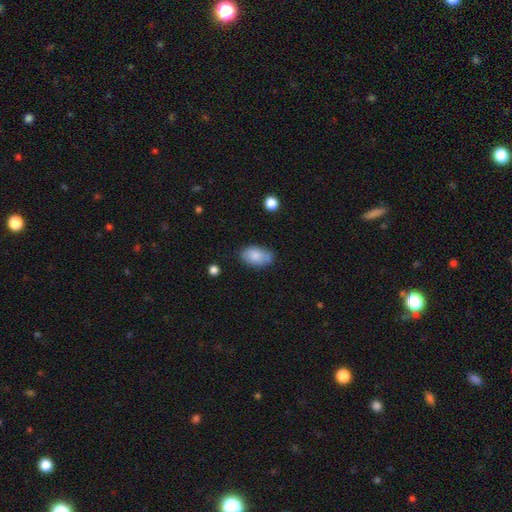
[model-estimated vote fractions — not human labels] Q: Smooth or featured?
A: smooth (83%); runner-up: featured or disk (10%)
Q: How rounded?
A: in between (90%); runner-up: round (8%)
Q: Merging?
A: none (65%); runner-up: minor disturbance (24%)